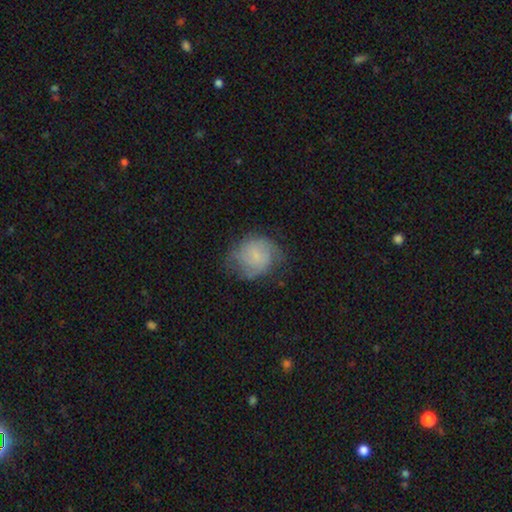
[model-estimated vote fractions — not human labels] A featured or disk galaxy (49%). Merging: none (57%).